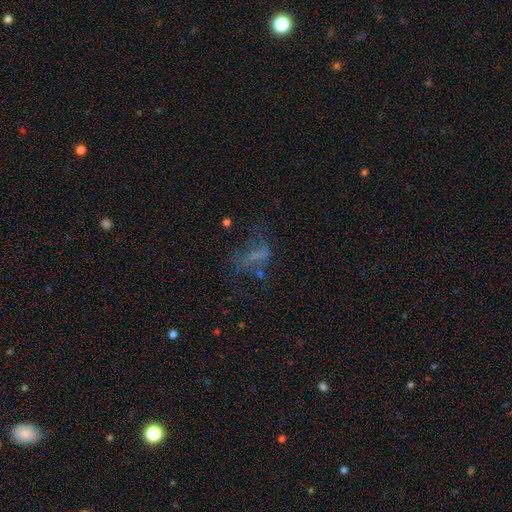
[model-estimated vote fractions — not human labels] Smooth or featured? featured or disk (39%)
Merging? major disturbance (40%)